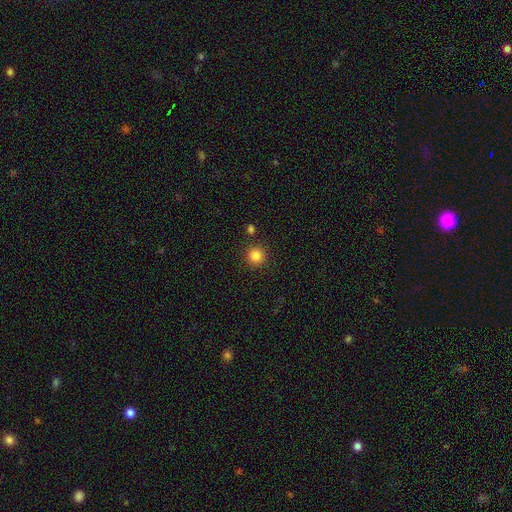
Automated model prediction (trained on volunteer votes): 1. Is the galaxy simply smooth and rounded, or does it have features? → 85% smooth, 12% star or artifact, 4% featured or disk.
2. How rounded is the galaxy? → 95% round, 4% in between, 1% cigar-shaped.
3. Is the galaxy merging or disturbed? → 88% none, 6% minor disturbance, 4% merger, 2% major disturbance.